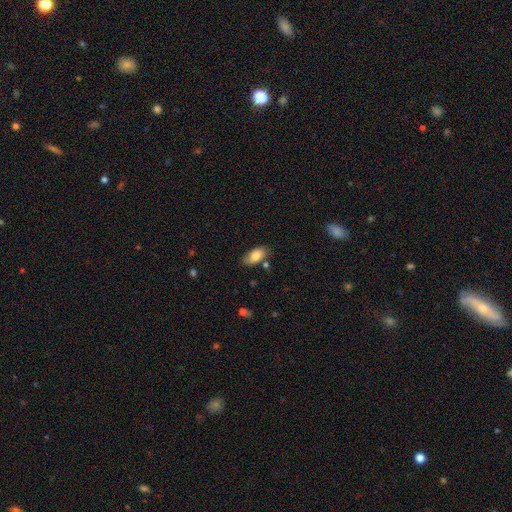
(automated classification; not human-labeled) Smooth or featured? Predicted: smooth (p=0.83). How rounded? Predicted: in between (p=0.93). Merging? Predicted: none (p=0.80).